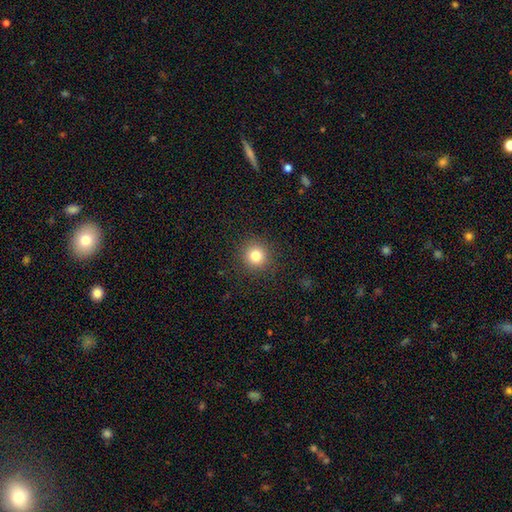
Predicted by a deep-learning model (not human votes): This appears to be a smooth galaxy with no disk features (81%) that is round (94%). Merging: none (90%).